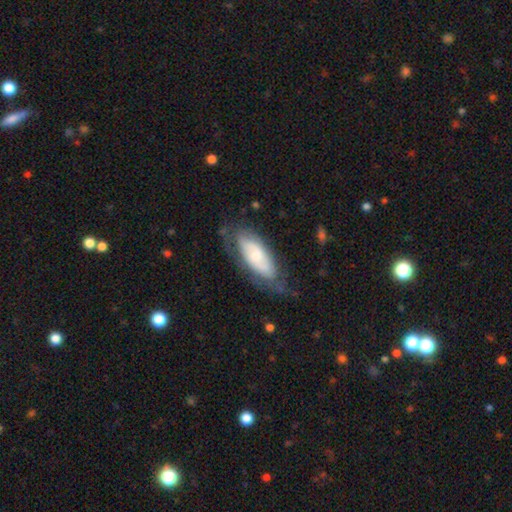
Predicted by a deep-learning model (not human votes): featured or disk 49%, smooth 45%, star or artifact 6%. Down the decision tree: merging — none (58%).